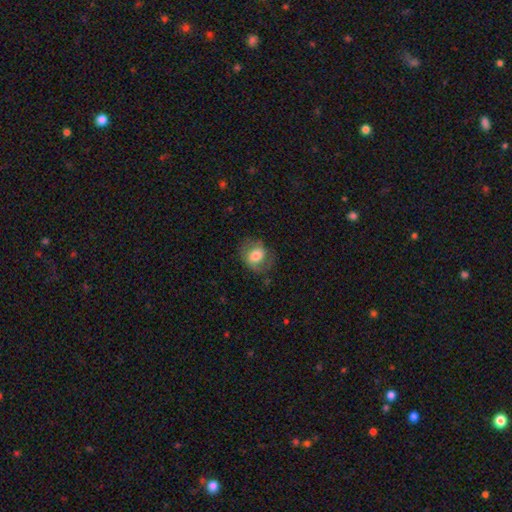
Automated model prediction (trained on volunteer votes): Smooth or featured?
  - smooth: 62% *
  - featured or disk: 30%
  - star or artifact: 8%
How rounded?
  - in between: 53% *
  - round: 46%
  - cigar-shaped: 1%
Merging?
  - none: 63% *
  - minor disturbance: 22%
  - major disturbance: 13%
  - merger: 1%